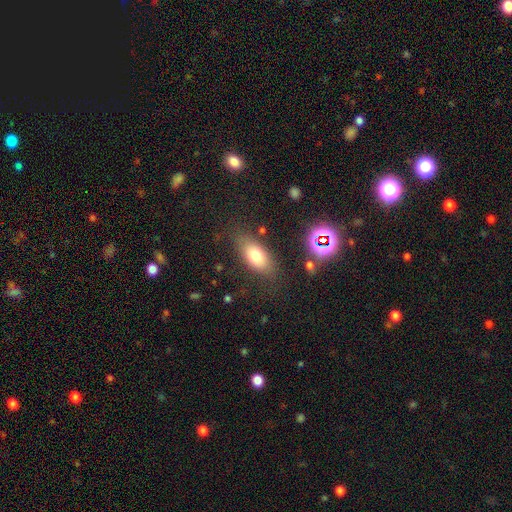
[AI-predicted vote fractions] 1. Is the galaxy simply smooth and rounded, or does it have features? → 75% smooth, 14% featured or disk, 10% star or artifact.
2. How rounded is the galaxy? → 87% in between, 8% cigar-shaped, 5% round.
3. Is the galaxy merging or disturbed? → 77% none, 15% minor disturbance, 6% major disturbance, 3% merger.